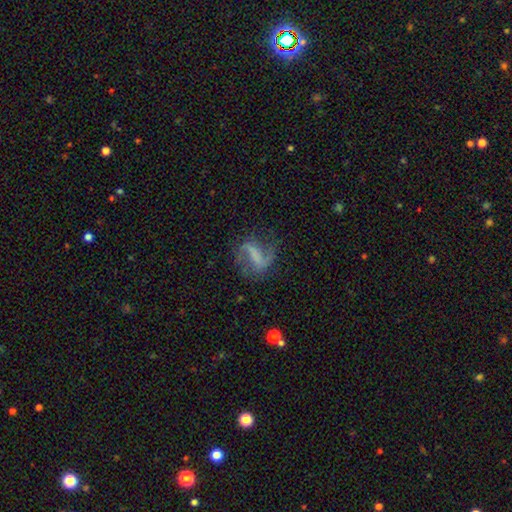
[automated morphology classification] This appears to be a featured or disk galaxy (75%) with a strong bar (50%), 2 (82%) loose (61%) spiral arms (88%) and no central bulge (63%). Merging: none (62%).